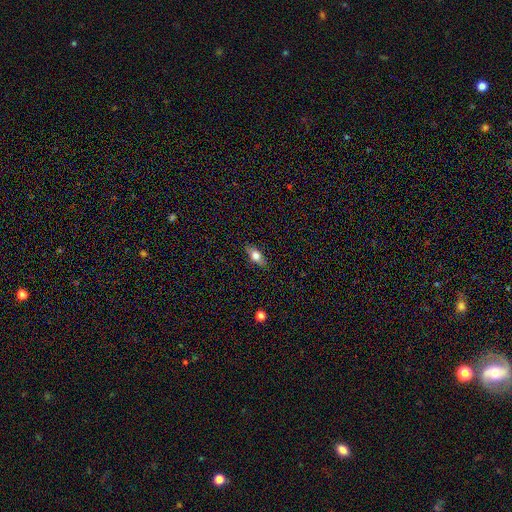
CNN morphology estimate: A smooth galaxy with no disk features (65%) that is in between round and cigar-shaped (75%). Merging: none (87%).